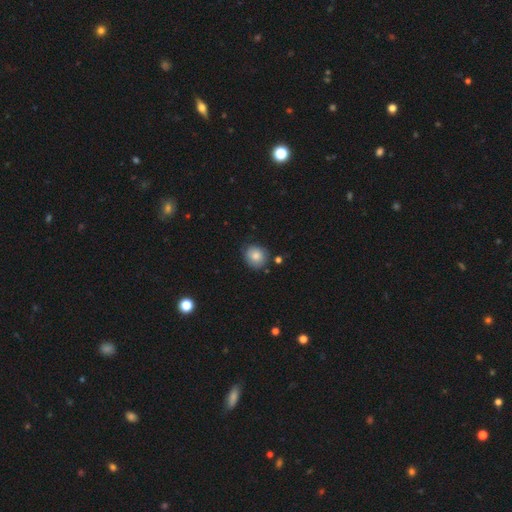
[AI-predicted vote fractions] This is clearly a smooth galaxy (82%). How rounded: likely round (80%). Merging: likely none (77%).